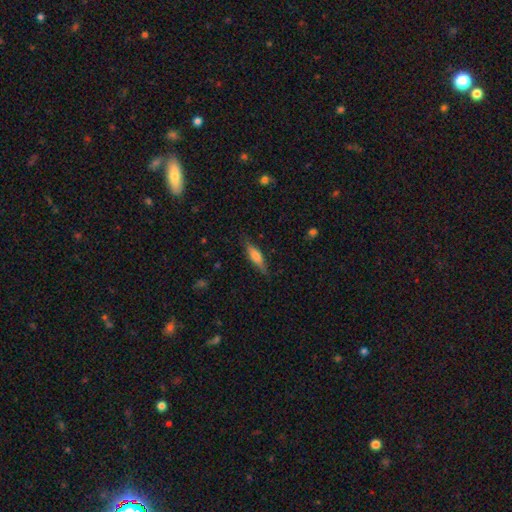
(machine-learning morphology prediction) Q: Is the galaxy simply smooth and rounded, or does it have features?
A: smooth — 56%.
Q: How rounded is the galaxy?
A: cigar-shaped — 67%.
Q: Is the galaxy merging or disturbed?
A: none — 82%.